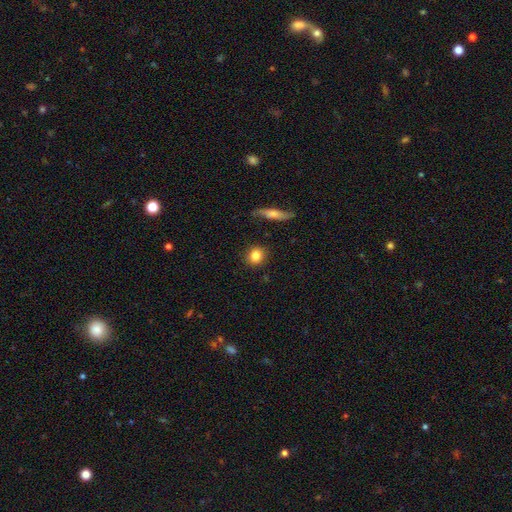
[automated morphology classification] Q: Smooth or featured?
A: smooth (83%); runner-up: star or artifact (9%)
Q: How rounded?
A: round (76%); runner-up: in between (21%)
Q: Merging?
A: none (87%); runner-up: minor disturbance (8%)